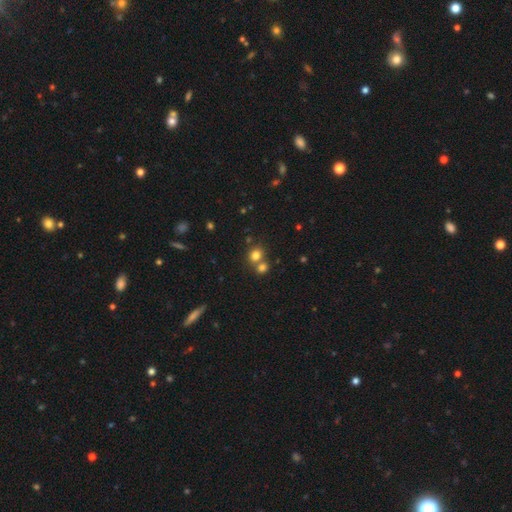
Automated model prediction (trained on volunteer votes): This appears to be a smooth galaxy with no disk features (77%) that is round (74%). Merging: none (53%).